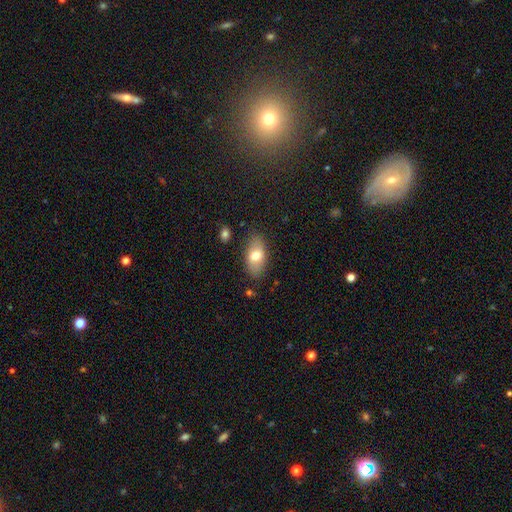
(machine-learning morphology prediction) Smooth or featured? Predicted: smooth (p=0.71). How rounded? Predicted: in between (p=0.92). Merging? Predicted: none (p=0.81).